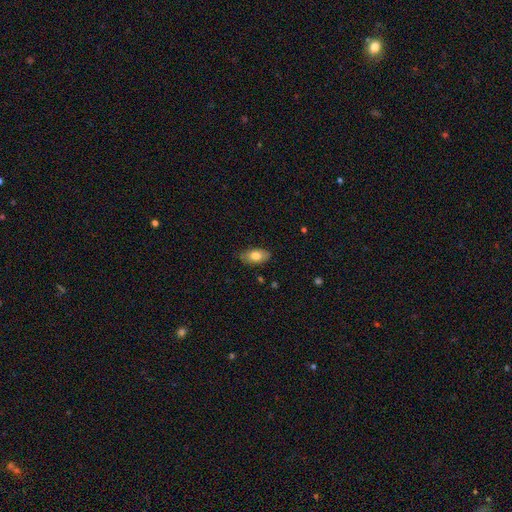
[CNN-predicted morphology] The model was most divided on "smooth or featured": smooth: 77%, featured or disk: 17%, star or artifact: 7%. More confident: how rounded — in between (92%); merging — none (81%).